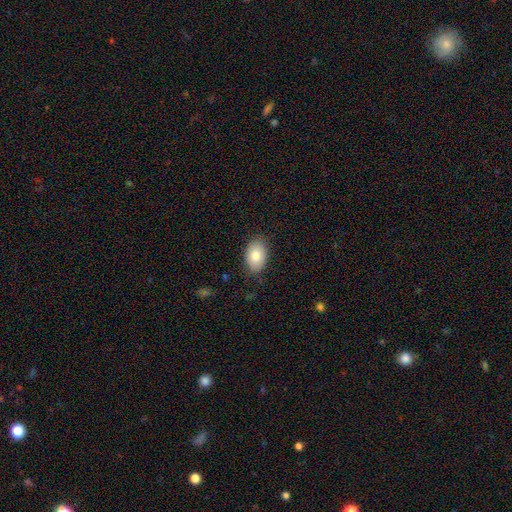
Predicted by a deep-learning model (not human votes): Smooth or featured: smooth — 80% (featured or disk — 12%)
How rounded: in between — 87% (round — 12%)
Merging: none — 84% (minor disturbance — 12%)